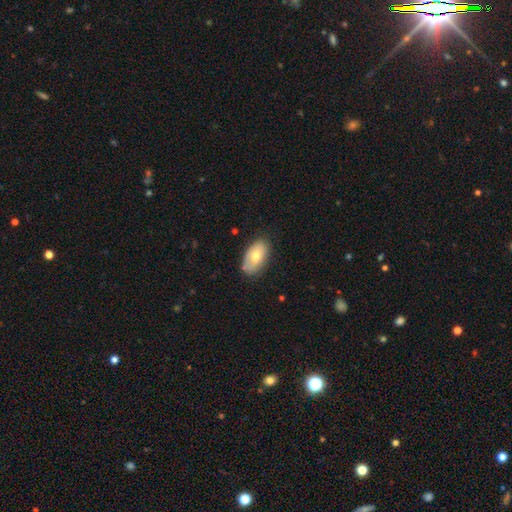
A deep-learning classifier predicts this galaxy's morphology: Smooth or featured: smooth — 66% (featured or disk — 28%)
How rounded: in between — 94% (round — 5%)
Merging: none — 74% (minor disturbance — 20%)